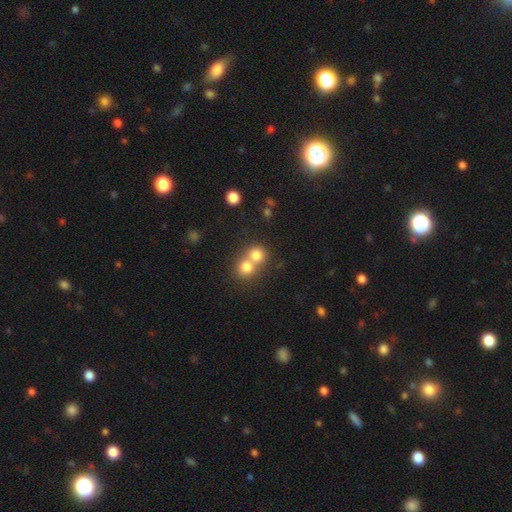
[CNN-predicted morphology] A smooth galaxy with no disk features (77%) that is round (82%).

Vote fractions:
- Smooth or featured? smooth: 77% / star or artifact: 12% / featured or disk: 11%
- How rounded? round: 82% / in between: 17% / cigar-shaped: 1%
- Merging? merger: 58% / none: 35% / minor disturbance: 5% / major disturbance: 2%